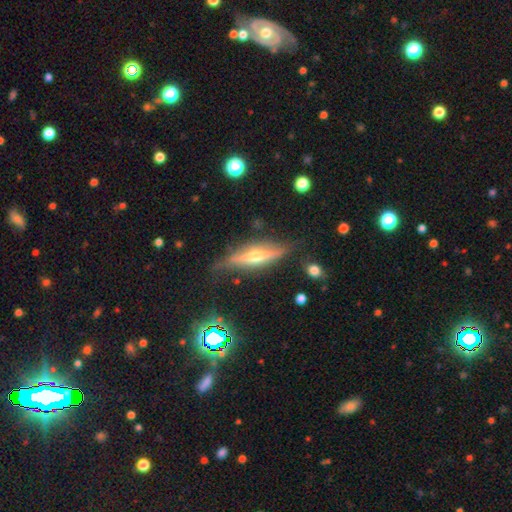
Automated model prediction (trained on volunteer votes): smooth-or-featured: featured or disk: 72% | smooth: 20% | star or artifact: 8%
  disk-edge-on: yes: 94% | no: 6%
    edge-on-bulge: rounded: 89% | boxy: 6% | none: 5%
  merging: none: 77% | minor disturbance: 16% | major disturbance: 4% | merger: 2%